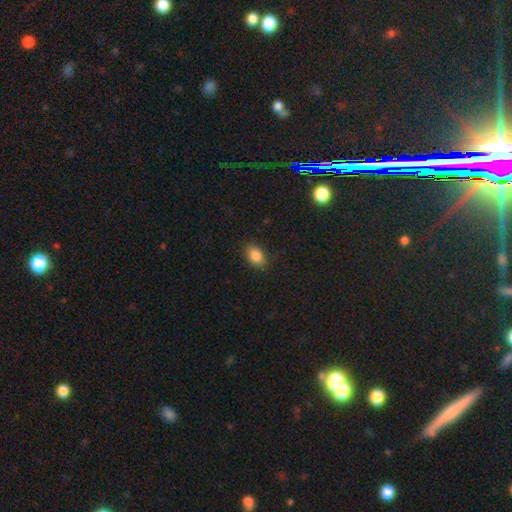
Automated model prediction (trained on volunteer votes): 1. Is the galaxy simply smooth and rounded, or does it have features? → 87% smooth, 9% star or artifact, 5% featured or disk.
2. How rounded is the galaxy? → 82% in between, 17% round, 1% cigar-shaped.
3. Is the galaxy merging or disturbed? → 86% none, 11% minor disturbance, 3% major disturbance, 1% merger.